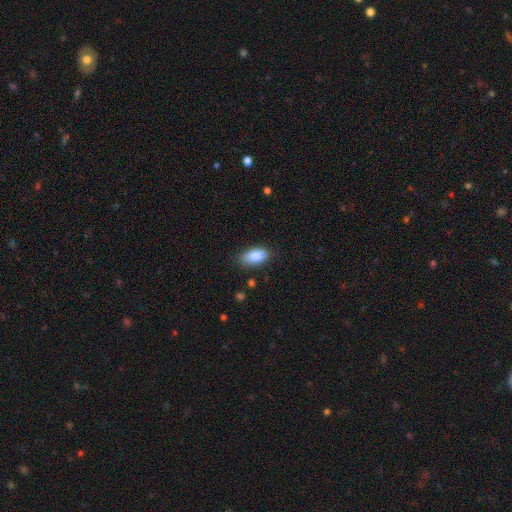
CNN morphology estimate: This is clearly a smooth galaxy (86%). How rounded: clearly in between (91%). Merging: likely none (80%).